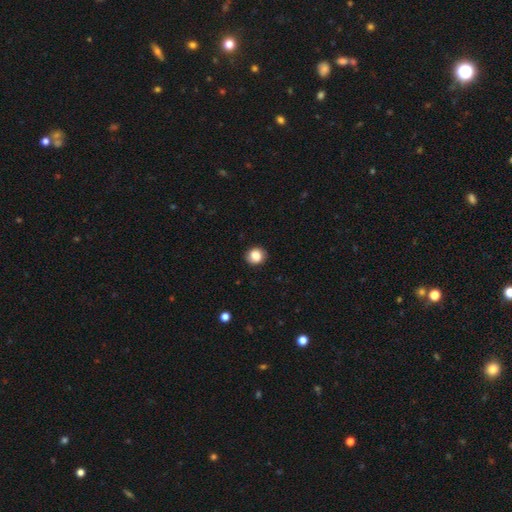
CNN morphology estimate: This is clearly a smooth galaxy (85%). How rounded: clearly round (83%). Merging: clearly none (88%).